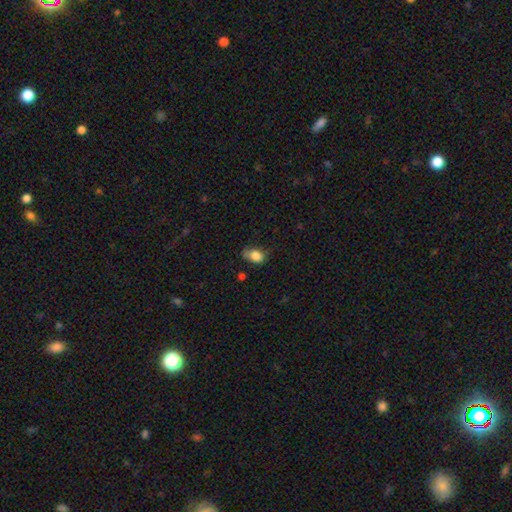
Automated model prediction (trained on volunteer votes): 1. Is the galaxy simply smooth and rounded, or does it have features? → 82% smooth, 9% featured or disk, 9% star or artifact.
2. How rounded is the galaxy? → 76% in between, 22% round, 2% cigar-shaped.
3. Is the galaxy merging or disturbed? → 47% none, 38% minor disturbance, 12% major disturbance, 3% merger.